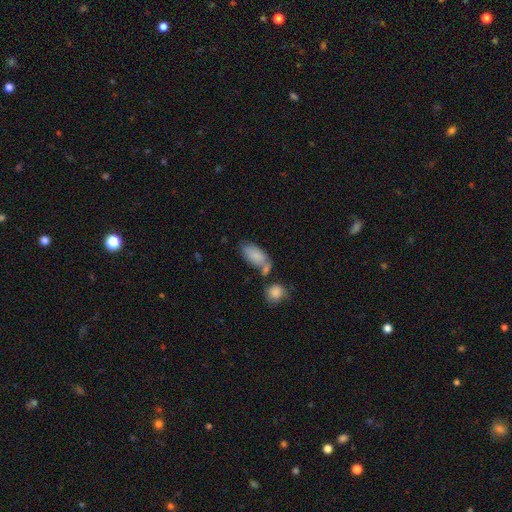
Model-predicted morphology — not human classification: Smooth or featured: smooth — 82% (featured or disk — 11%)
How rounded: in between — 90% (cigar-shaped — 6%)
Merging: none — 45% (merger — 28%)